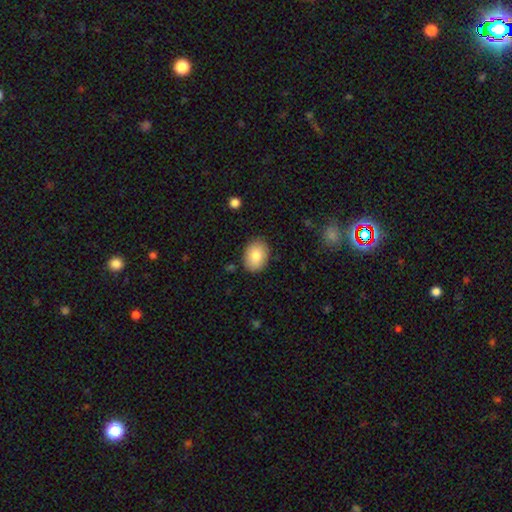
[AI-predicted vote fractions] A smooth galaxy with no disk features (82%) that is in between round and cigar-shaped (69%). Merging: none (86%).